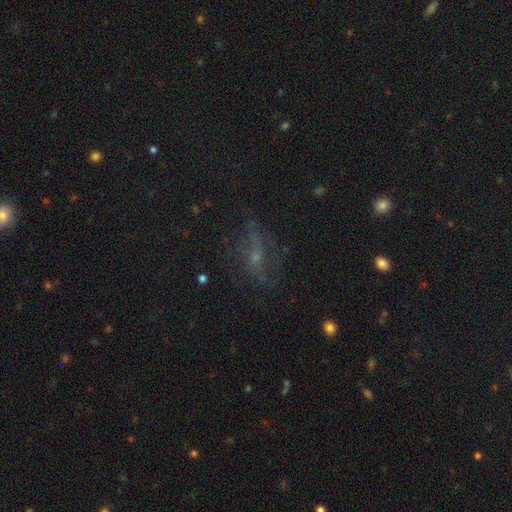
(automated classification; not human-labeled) Q: Smooth or featured?
A: featured or disk (39%); runner-up: star or artifact (32%)
Q: Merging?
A: none (57%); runner-up: minor disturbance (20%)